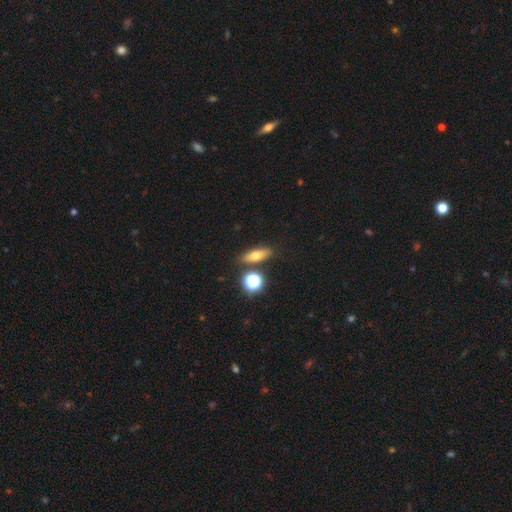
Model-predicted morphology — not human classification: type=smooth (61%); roundness=in between (48%); merging=none (81%).